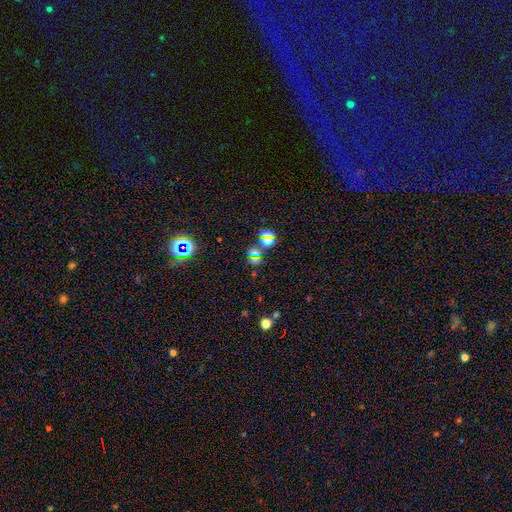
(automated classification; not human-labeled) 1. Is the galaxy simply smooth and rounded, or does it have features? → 55% star or artifact, 34% smooth, 10% featured or disk.